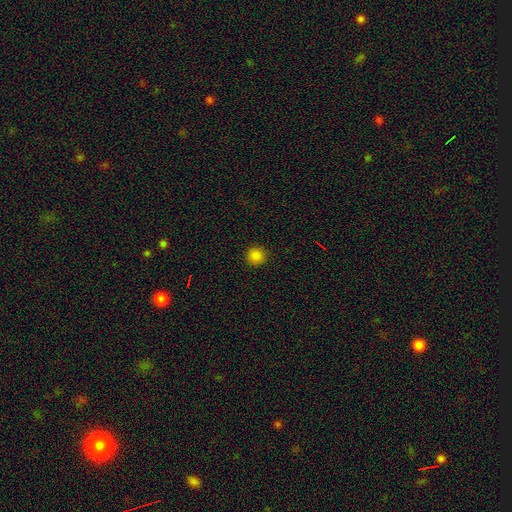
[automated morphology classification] Smooth or featured: smooth — 84% (star or artifact — 13%)
How rounded: round — 93% (in between — 6%)
Merging: none — 92% (minor disturbance — 5%)